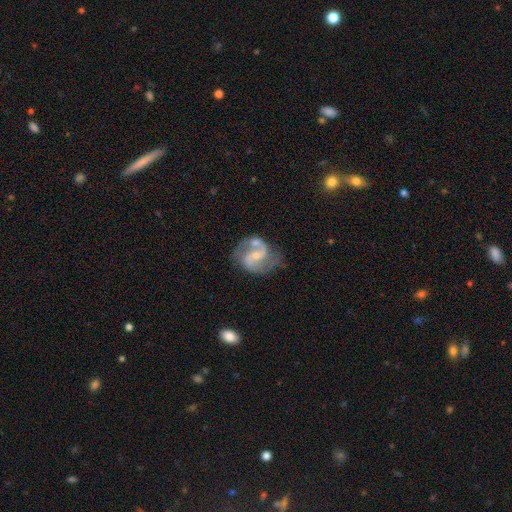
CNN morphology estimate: Smooth or featured?
  - featured or disk: 87% *
  - smooth: 8%
  - star or artifact: 5%
Edge-on disk?
  - no: 98% *
  - yes: 2%
Bar?
  - weak: 45% *
  - no: 38%
  - strong: 17%
Spiral arms?
  - yes: 96% *
  - no: 4%
Spiral winding?
  - medium: 56% *
  - loose: 30%
  - tight: 14%
Spiral arm count?
  - 2: 91% *
  - can't tell: 3%
  - 1: 2%
  - 3: 2%
  - 4: 1%
  - more than 4: 1%
Bulge size?
  - small: 59% *
  - moderate: 34%
  - none: 5%
  - large: 2%
  - dominant: 1%
Merging?
  - none: 57% *
  - minor disturbance: 20%
  - merger: 14%
  - major disturbance: 10%